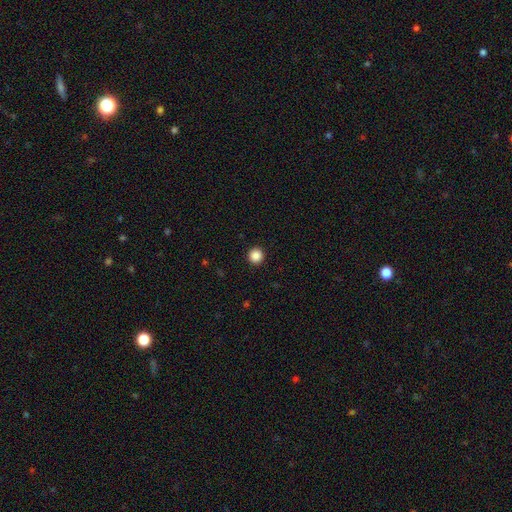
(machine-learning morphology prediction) This appears to be a smooth galaxy with no disk features (88%) that is round (94%). Merging: none (93%).